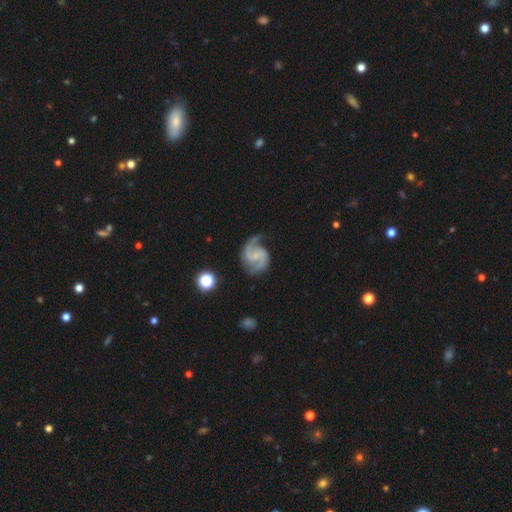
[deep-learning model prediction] A featured or disk galaxy (89%) with no bar (48%), 2 (89%) medium (55%) spiral arms (98%) and a small central bulge (57%). Merging: none (67%).